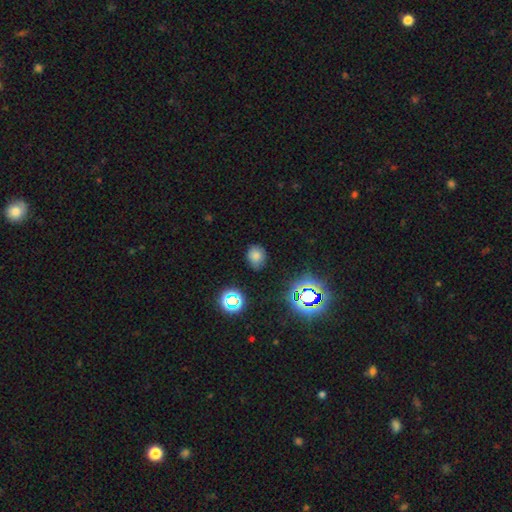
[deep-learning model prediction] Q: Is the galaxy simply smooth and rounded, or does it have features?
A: smooth — 72%.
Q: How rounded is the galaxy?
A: round — 59%.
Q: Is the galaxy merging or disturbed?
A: none — 76%.